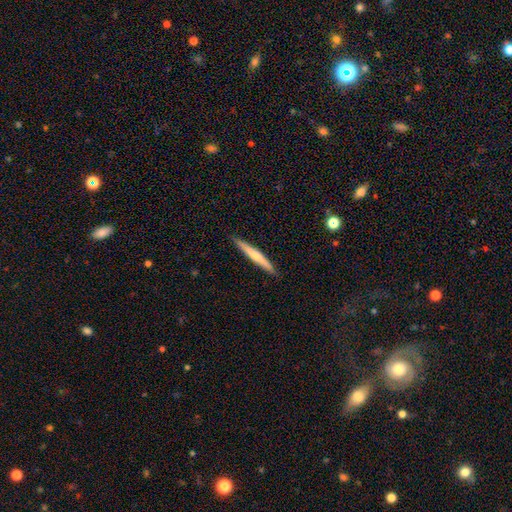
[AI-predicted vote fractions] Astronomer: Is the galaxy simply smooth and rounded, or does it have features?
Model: smooth — 52% (runner-up: featured or disk, 43%).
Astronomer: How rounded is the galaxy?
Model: cigar-shaped — 96%.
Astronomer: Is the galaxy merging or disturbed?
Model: none — 90%.